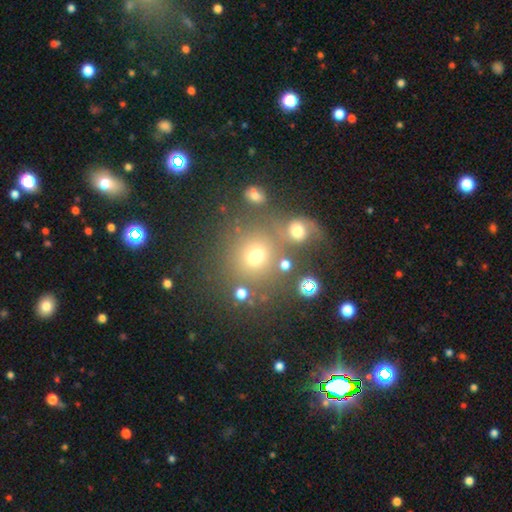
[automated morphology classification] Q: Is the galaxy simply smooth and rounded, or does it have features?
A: smooth — 70%.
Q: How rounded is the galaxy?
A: round — 88%.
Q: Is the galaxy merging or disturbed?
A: none — 64%.